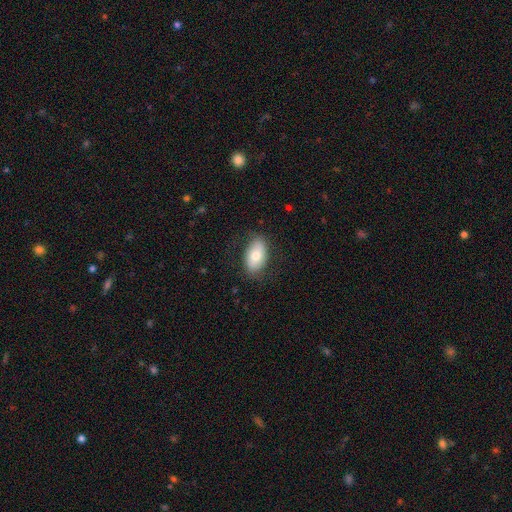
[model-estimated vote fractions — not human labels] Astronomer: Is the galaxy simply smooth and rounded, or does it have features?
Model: smooth — 73%.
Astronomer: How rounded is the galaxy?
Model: in between — 93%.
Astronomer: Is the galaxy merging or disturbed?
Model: none — 78%.